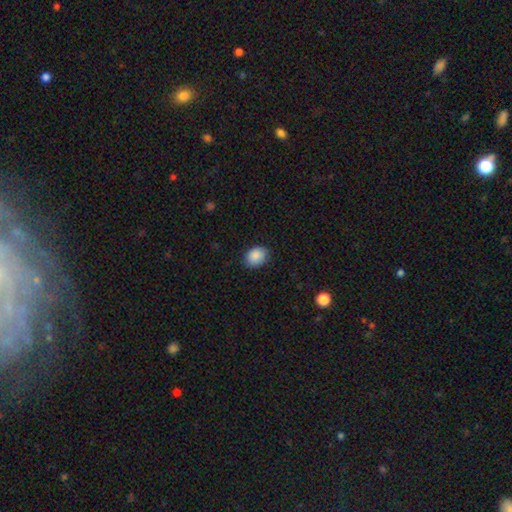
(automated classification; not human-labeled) Q: Smooth or featured?
A: smooth (88%); runner-up: star or artifact (8%)
Q: How rounded?
A: in between (57%); runner-up: round (42%)
Q: Merging?
A: none (85%); runner-up: minor disturbance (12%)